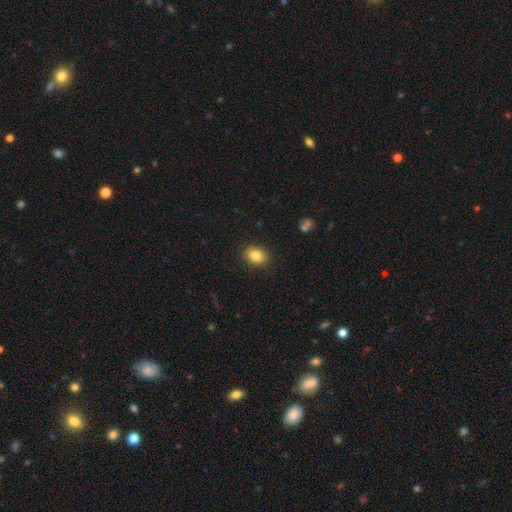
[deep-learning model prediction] Overall: smooth (85%). How rounded: in between (67%; round 32%). Merging: none (89%).